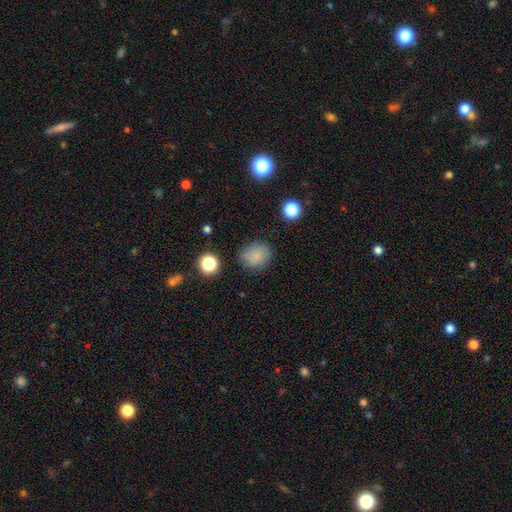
Overall: smooth (85%). How rounded: round (88%). Merging: none (80%).